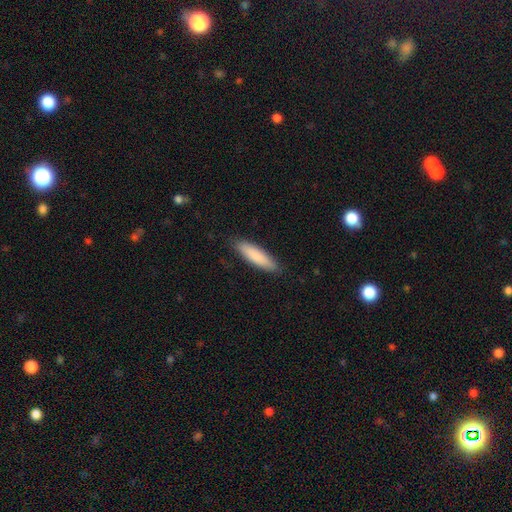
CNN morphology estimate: smooth 85%, featured or disk 9%, star or artifact 5%. Down the decision tree: how rounded — cigar-shaped (72%); merging — none (88%).